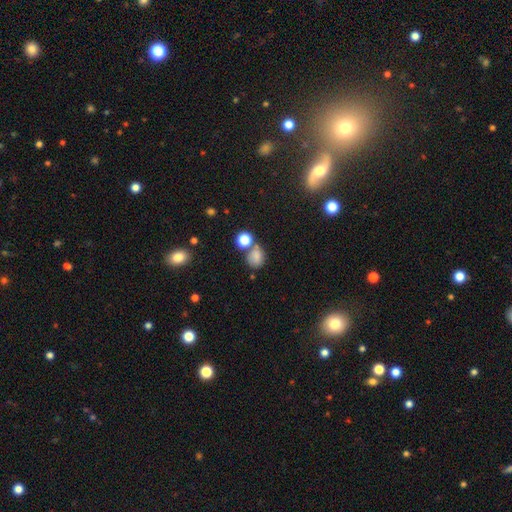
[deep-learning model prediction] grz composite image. It shows a smooth galaxy with no disk features (77%) that is round (62%). Merging: none (53%).